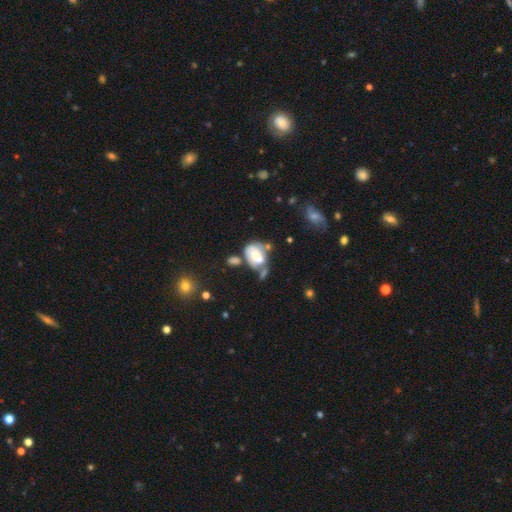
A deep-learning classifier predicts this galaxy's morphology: This appears to be a smooth galaxy with no disk features (48%). Merging: merger (36%).